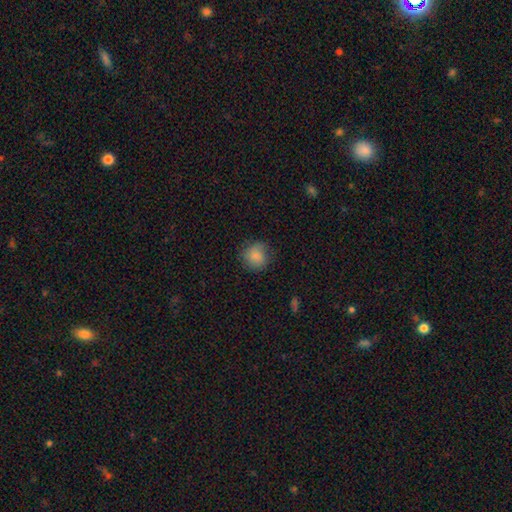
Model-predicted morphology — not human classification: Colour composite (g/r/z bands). It shows a smooth galaxy with no disk features (84%) that is round (89%). Merging: none (78%).